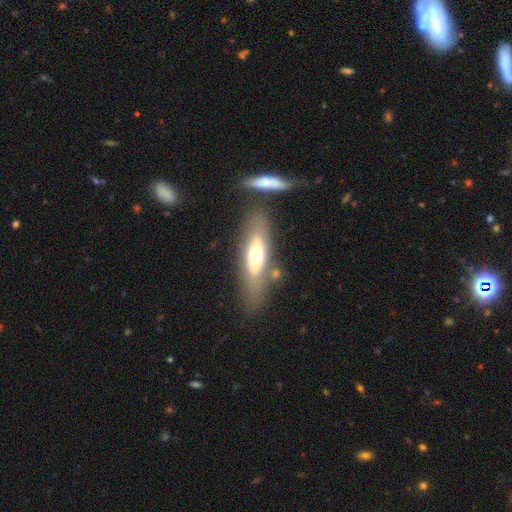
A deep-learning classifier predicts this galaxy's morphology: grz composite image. It shows a smooth galaxy with no disk features (51%) that is in between round and cigar-shaped (52%). Merging: none (67%).